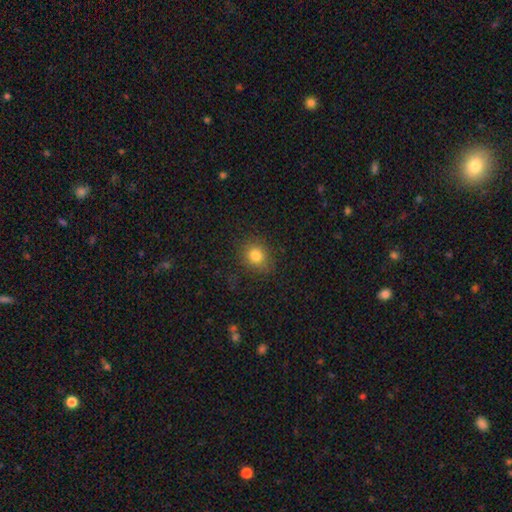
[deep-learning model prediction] Smooth or featured? smooth (80%)
How rounded? round (69%)
Merging? none (82%)